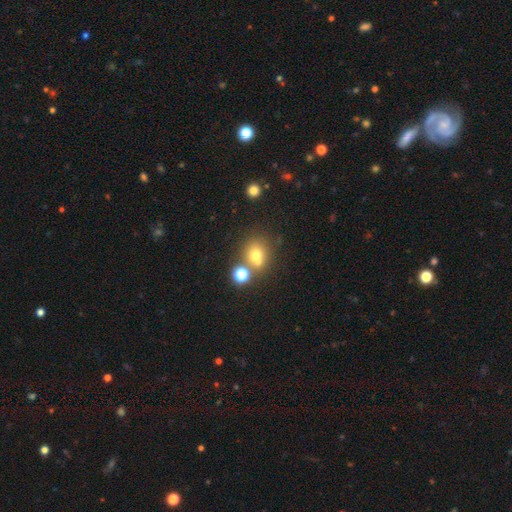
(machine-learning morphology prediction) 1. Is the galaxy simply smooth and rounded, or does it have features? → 69% smooth, 17% star or artifact, 13% featured or disk.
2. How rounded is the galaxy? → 75% round, 24% in between, 1% cigar-shaped.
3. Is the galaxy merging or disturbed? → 54% none, 30% merger, 11% minor disturbance, 5% major disturbance.